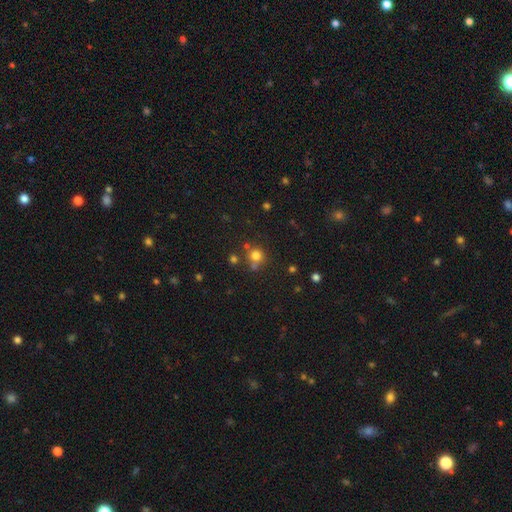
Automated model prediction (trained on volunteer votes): A smooth galaxy with no disk features (75%) that is round (88%). Merging: none (64%).